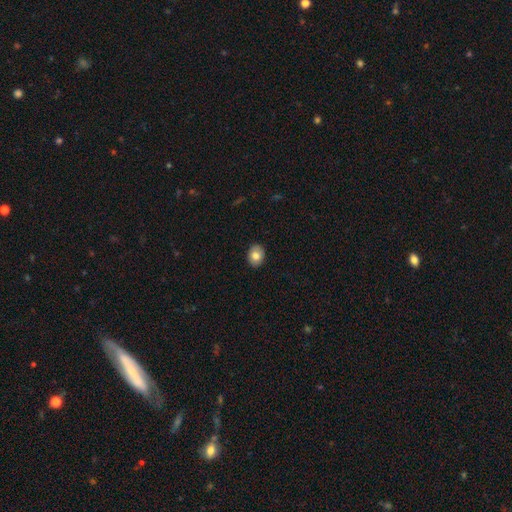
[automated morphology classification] smooth 79%, featured or disk 14%, star or artifact 8%. Down the decision tree: how rounded — in between (61%); merging — none (89%).